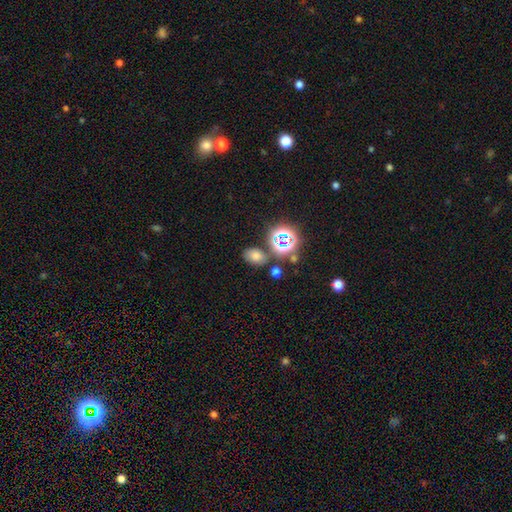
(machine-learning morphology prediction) A smooth galaxy with no disk features (66%) that is in between round and cigar-shaped (79%). Merging: none (75%).